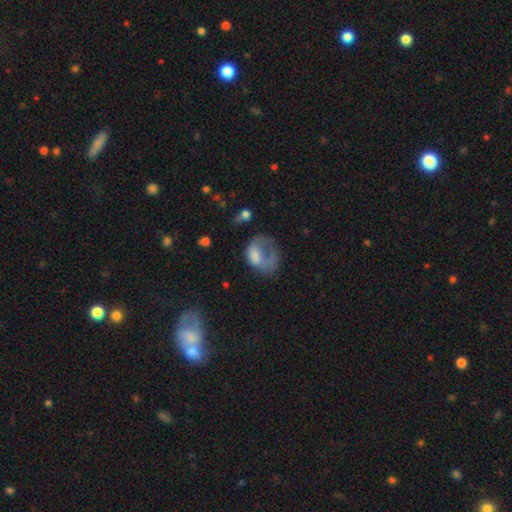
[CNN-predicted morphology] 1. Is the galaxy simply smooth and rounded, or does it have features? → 55% smooth, 34% featured or disk, 11% star or artifact.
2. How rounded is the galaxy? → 62% in between, 37% round, 1% cigar-shaped.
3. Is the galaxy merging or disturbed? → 50% major disturbance, 25% none, 20% minor disturbance, 4% merger.